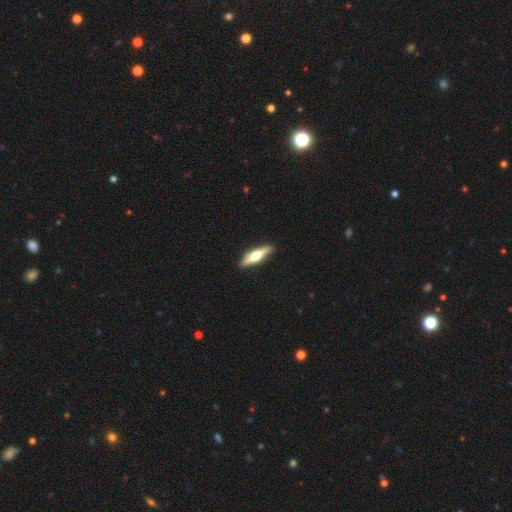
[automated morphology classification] type=featured or disk (58%); edge-on=yes (95%); edge-on bulge=rounded (94%); merging=none (90%).